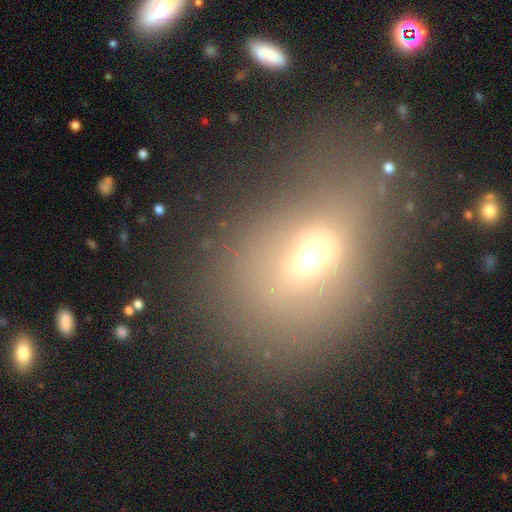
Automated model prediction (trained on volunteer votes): Smooth or featured? Predicted: smooth (p=0.57). How rounded? Predicted: in between (p=0.58). Merging? Predicted: none (p=0.55).